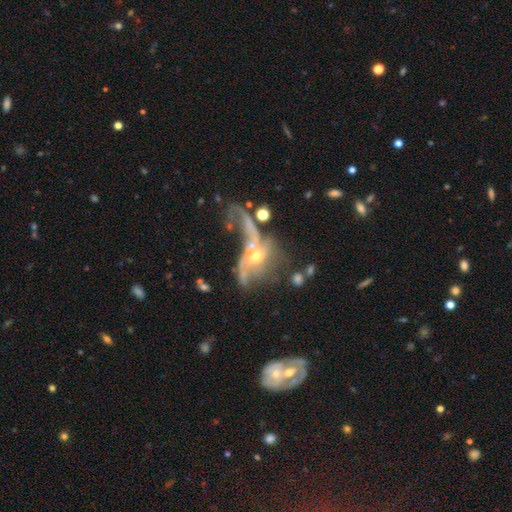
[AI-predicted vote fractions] The model was most divided on "spiral arms": yes: 52%, no: 48%. Remaining: edge-on disk — no (93%); bar — no (74%); smooth or featured — featured or disk (66%); bulge size — small (48%); merging — merger (40%).